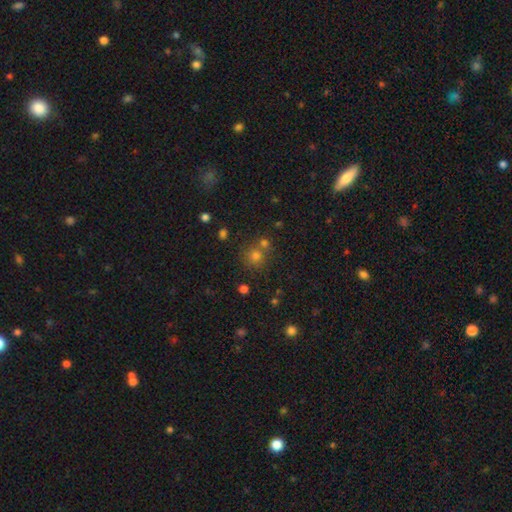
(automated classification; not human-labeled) smooth_or_featured: smooth (p=0.67) [alt: star or artifact p=0.25]
how_rounded: round (p=0.91) [alt: in between p=0.08]
merging: none (p=0.68) [alt: merger p=0.22]